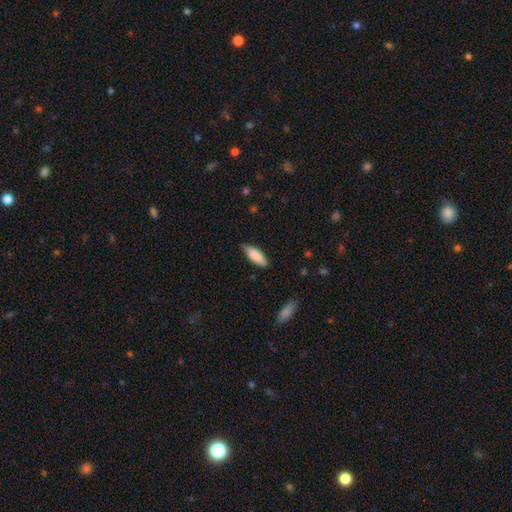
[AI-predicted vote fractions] Smooth or featured? Predicted: smooth (p=0.86). How rounded? Predicted: in between (p=0.71). Merging? Predicted: none (p=0.72).